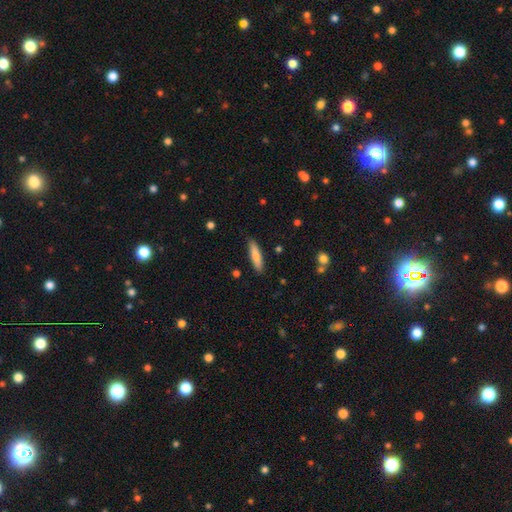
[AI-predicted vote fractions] A smooth galaxy with no disk features (78%) that is cigar-shaped (78%). Merging: none (87%).